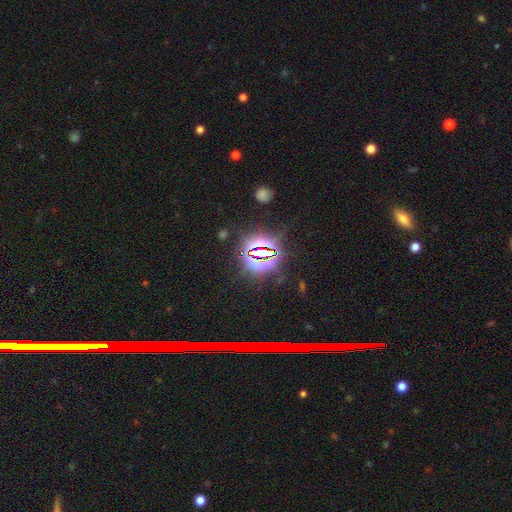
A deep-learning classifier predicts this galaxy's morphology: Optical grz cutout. It shows a star or artifact, not a galaxy (80%).